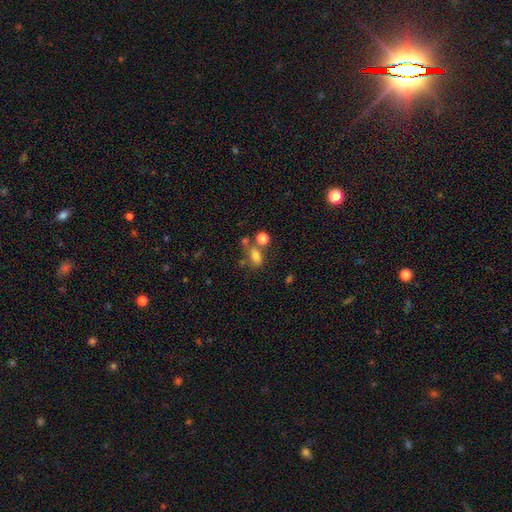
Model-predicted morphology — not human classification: A smooth galaxy with no disk features (76%) that is in between round and cigar-shaped (77%).

Vote fractions:
- Smooth or featured? smooth: 76% / star or artifact: 14% / featured or disk: 11%
- How rounded? in between: 77% / round: 19% / cigar-shaped: 4%
- Merging? none: 49% / merger: 27% / minor disturbance: 16% / major disturbance: 9%